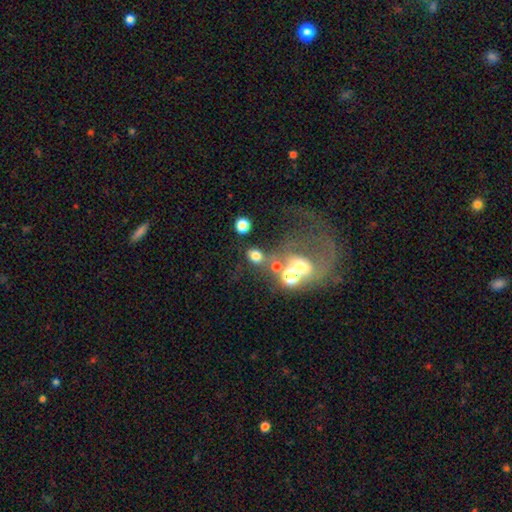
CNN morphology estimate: Smooth or featured? smooth (71%)
How rounded? round (57%)
Merging? none (54%)